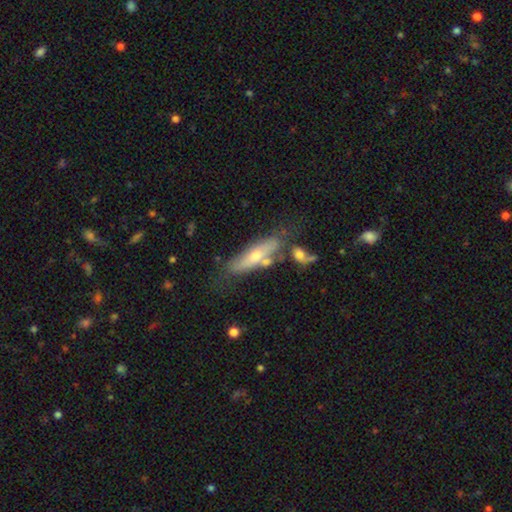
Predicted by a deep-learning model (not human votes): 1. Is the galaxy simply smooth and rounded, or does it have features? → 48% smooth, 46% featured or disk, 7% star or artifact.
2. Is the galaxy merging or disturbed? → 57% none, 19% minor disturbance, 17% merger, 7% major disturbance.